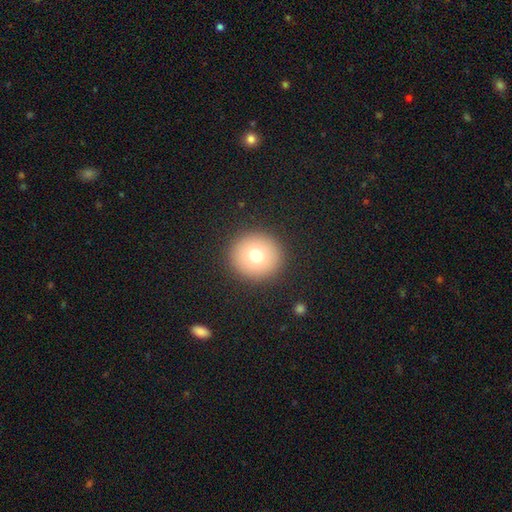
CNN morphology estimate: smooth-or-featured: smooth: 73% | star or artifact: 14% | featured or disk: 13%
  how-rounded: round: 93% | in between: 6% | cigar-shaped: 1%
  merging: none: 92% | minor disturbance: 5% | major disturbance: 2% | merger: 1%